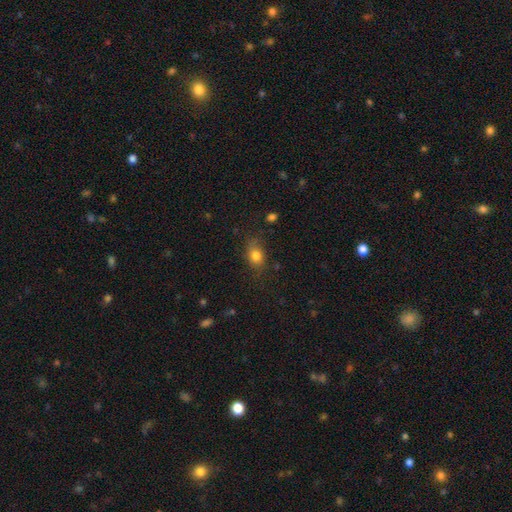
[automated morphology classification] A smooth galaxy with no disk features (80%) that is in between round and cigar-shaped (70%).

Vote fractions:
- Smooth or featured? smooth: 80% / star or artifact: 10% / featured or disk: 10%
- How rounded? in between: 70% / round: 28% / cigar-shaped: 2%
- Merging? none: 68% / minor disturbance: 23% / major disturbance: 7% / merger: 2%